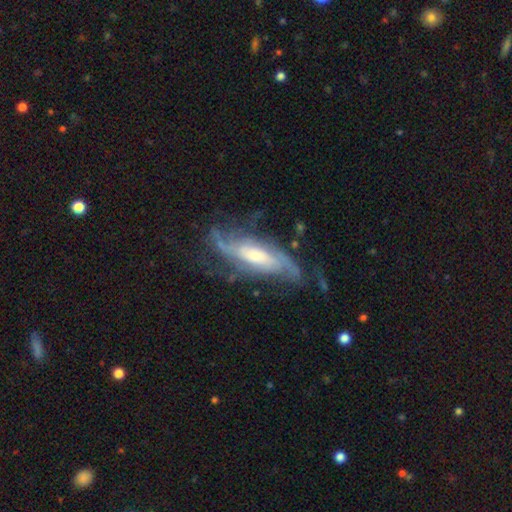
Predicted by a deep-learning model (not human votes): Morphology: type=featured or disk (83%); edge-on=no (83%); bar=no (48%); spiral arms=yes (94%); winding=medium (43%); arm count=2 (35%); bulge=moderate (46%); merging=none (60%).